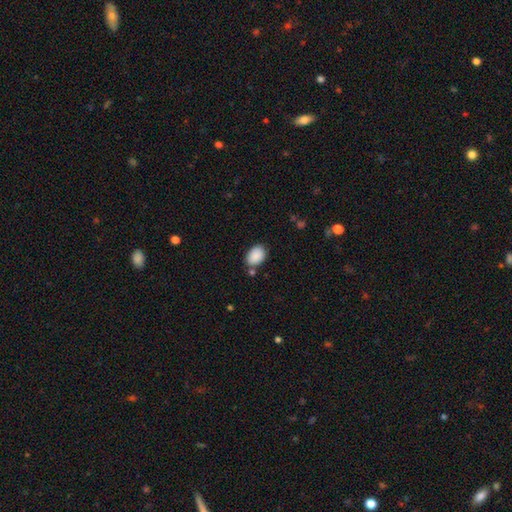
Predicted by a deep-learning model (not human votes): The model was most divided on "merging": none: 74%, minor disturbance: 15%, merger: 8%, major disturbance: 4%. More confident: smooth or featured — smooth (89%); how rounded — in between (82%).